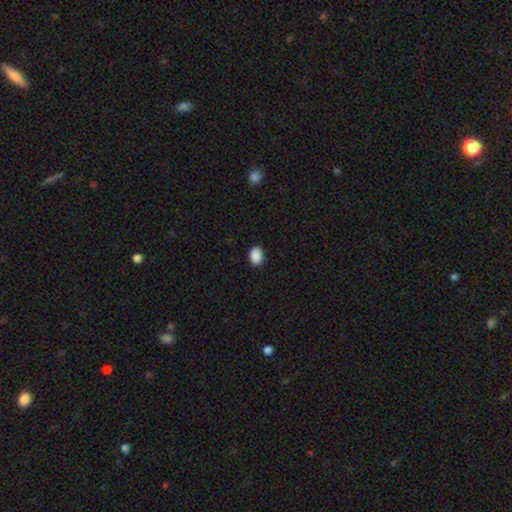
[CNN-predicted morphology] Smooth or featured? Predicted: smooth (p=0.90). How rounded? Predicted: in between (p=0.82). Merging? Predicted: none (p=0.89).